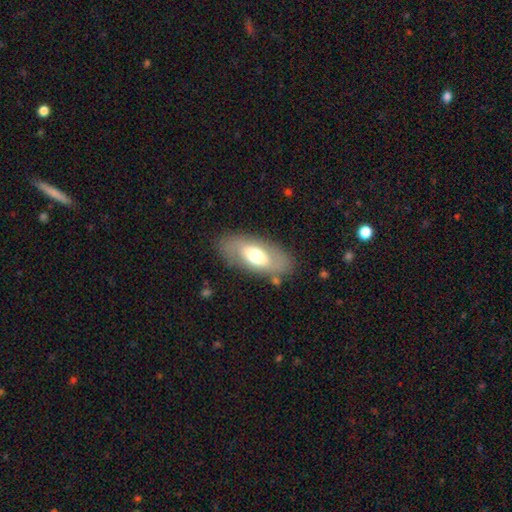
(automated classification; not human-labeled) Smooth or featured? Predicted: smooth (p=0.55). How rounded? Predicted: in between (p=0.89). Merging? Predicted: none (p=0.79).